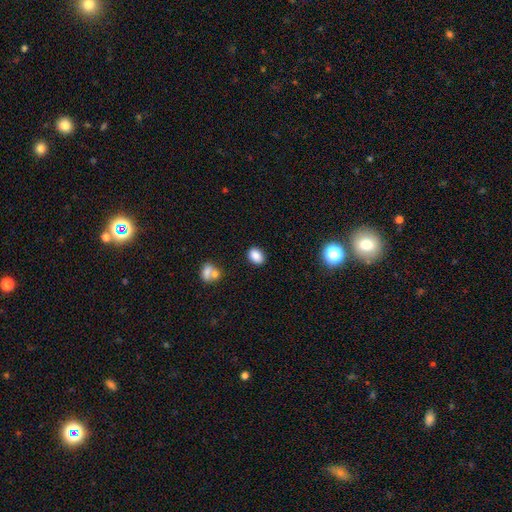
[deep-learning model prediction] A smooth galaxy with no disk features (85%) that is in between round and cigar-shaped (74%). Merging: none (85%).